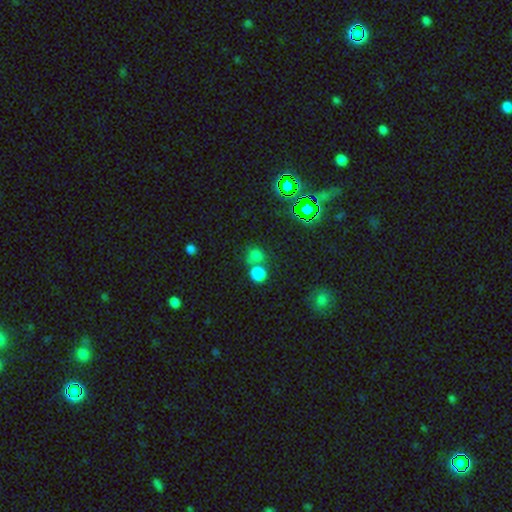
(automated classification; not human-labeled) Smooth or featured: smooth — 68% (star or artifact — 24%)
How rounded: round — 79% (in between — 20%)
Merging: none — 47% (merger — 42%)